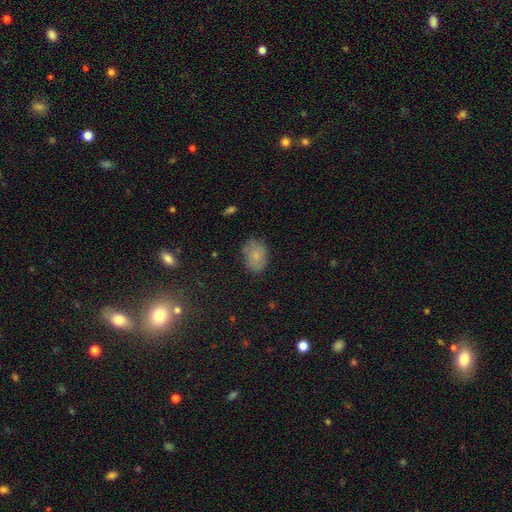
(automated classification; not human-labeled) smooth_or_featured: smooth (p=0.71) [alt: featured or disk p=0.19]
how_rounded: in between (p=0.74) [alt: round p=0.25]
merging: none (p=0.74) [alt: minor disturbance p=0.19]